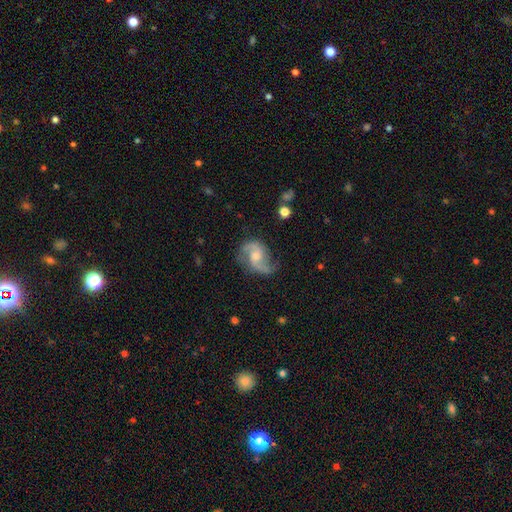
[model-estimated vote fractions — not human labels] Morphology: type=featured or disk (87%); edge-on=no (98%); bar=no (53%); spiral arms=yes (97%); winding=medium (47%); arm count=2 (92%); bulge=moderate (55%); merging=none (72%).